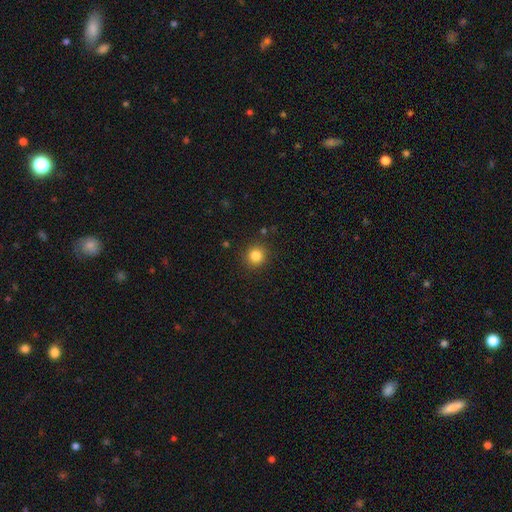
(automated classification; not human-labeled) This is clearly a smooth galaxy (84%). How rounded: clearly round (92%). Merging: clearly none (90%).